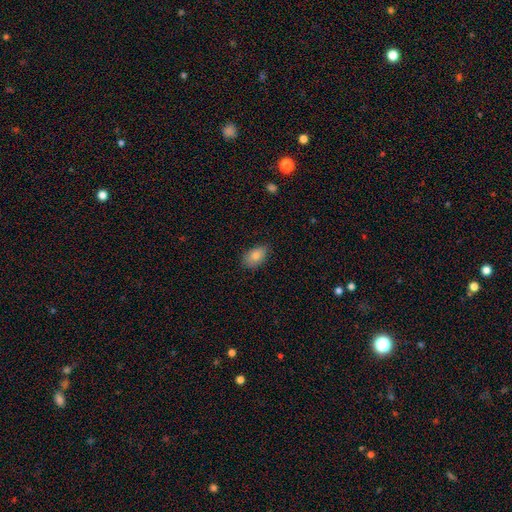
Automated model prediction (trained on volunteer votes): smooth_or_featured: smooth (p=0.83) [alt: featured or disk p=0.09]
how_rounded: in between (p=0.87) [alt: round p=0.11]
merging: none (p=0.78) [alt: minor disturbance p=0.18]